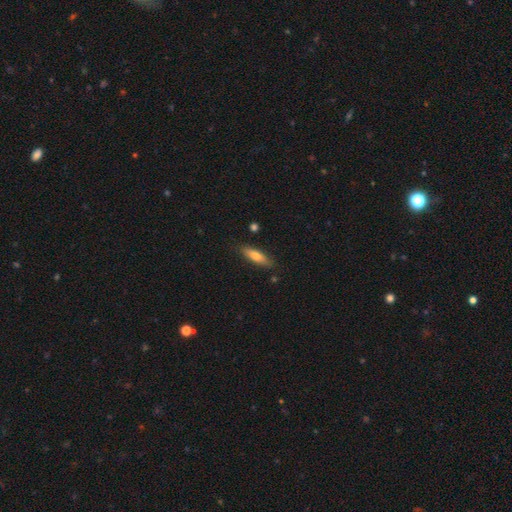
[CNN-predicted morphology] type=smooth (70%); roundness=cigar-shaped (63%); merging=none (84%).